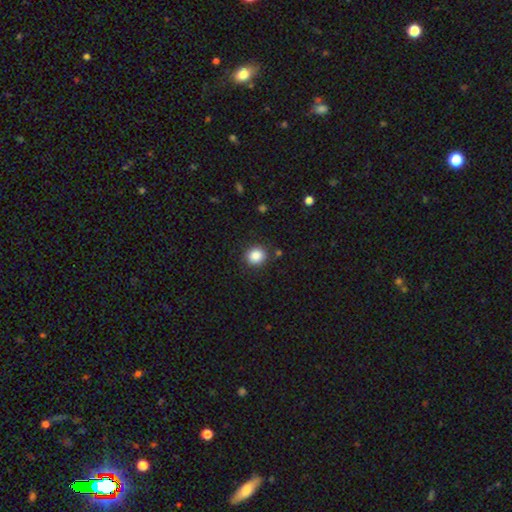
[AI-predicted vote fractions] The model was most divided on "how rounded": round: 83%, in between: 16%, cigar-shaped: 1%. More confident: smooth or featured — smooth (86%); merging — none (86%).